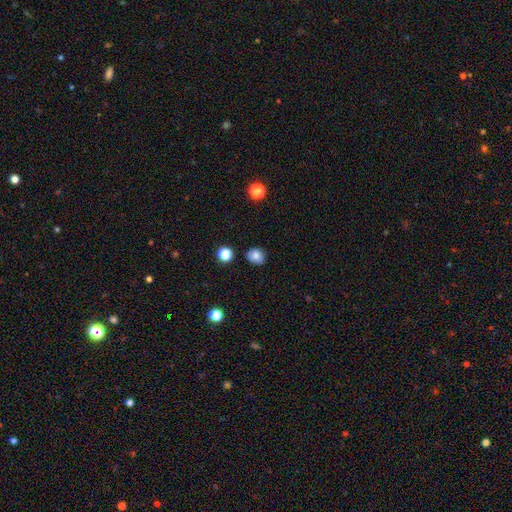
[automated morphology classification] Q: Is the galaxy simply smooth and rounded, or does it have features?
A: smooth — 82%.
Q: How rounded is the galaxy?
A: round — 64%.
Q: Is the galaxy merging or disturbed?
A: none — 80%.